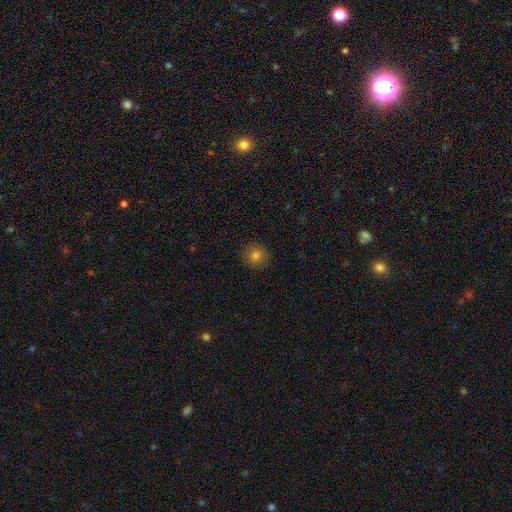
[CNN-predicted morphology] type=smooth (80%); roundness=round (90%); merging=none (88%).